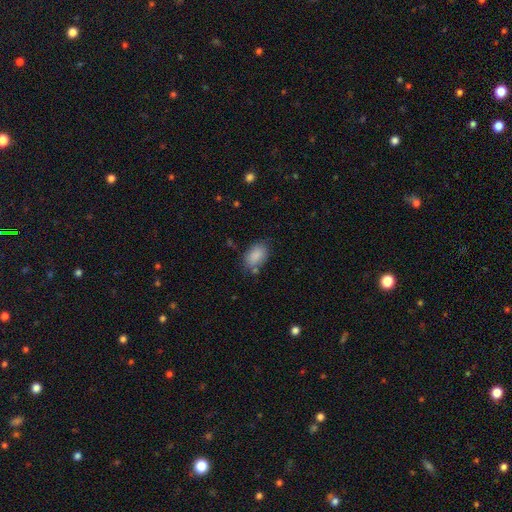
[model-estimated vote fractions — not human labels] Smooth or featured? smooth (87%)
How rounded? in between (87%)
Merging? none (70%)